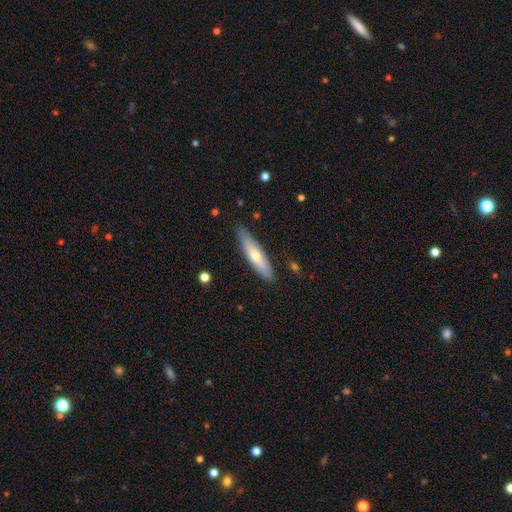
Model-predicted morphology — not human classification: Smooth or featured?
  - smooth: 55% *
  - featured or disk: 39%
  - star or artifact: 6%
How rounded?
  - cigar-shaped: 75% *
  - in between: 24%
  - round: 2%
Merging?
  - none: 85% *
  - minor disturbance: 12%
  - major disturbance: 2%
  - merger: 1%